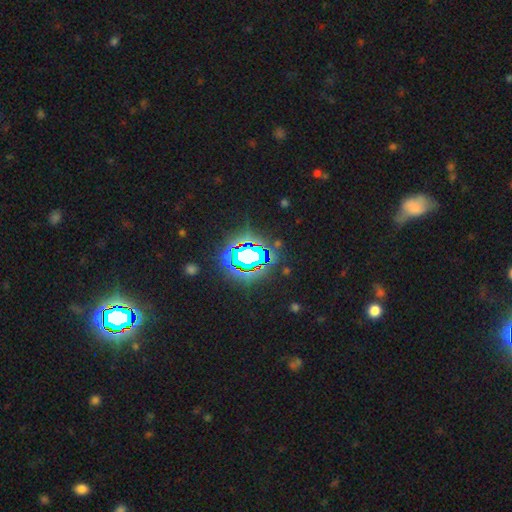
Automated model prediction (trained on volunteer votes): Smooth or featured? Predicted: star or artifact (p=0.76).